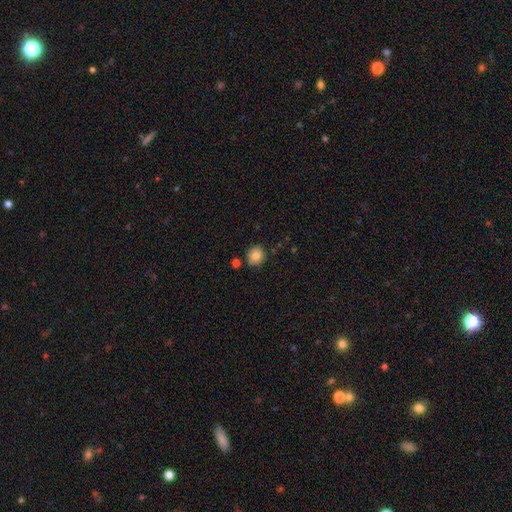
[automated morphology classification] smooth-or-featured: smooth: 81% | star or artifact: 10% | featured or disk: 9%
  how-rounded: round: 85% | in between: 14% | cigar-shaped: 1%
  merging: none: 85% | minor disturbance: 9% | merger: 4% | major disturbance: 2%